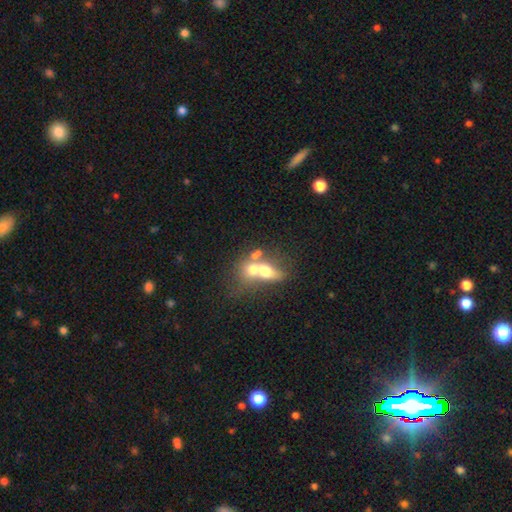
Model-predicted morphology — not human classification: Smooth or featured? Predicted: smooth (p=0.55). How rounded? Predicted: in between (p=0.59). Merging? Predicted: merger (p=0.64).